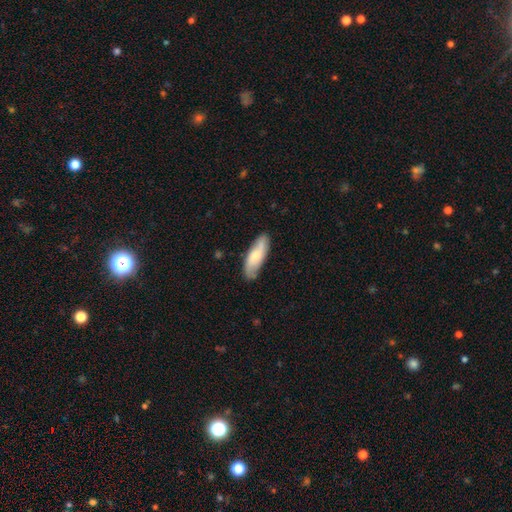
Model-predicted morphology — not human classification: Q: Smooth or featured?
A: smooth (58%); runner-up: featured or disk (36%)
Q: How rounded?
A: in between (63%); runner-up: cigar-shaped (35%)
Q: Merging?
A: none (80%); runner-up: minor disturbance (15%)